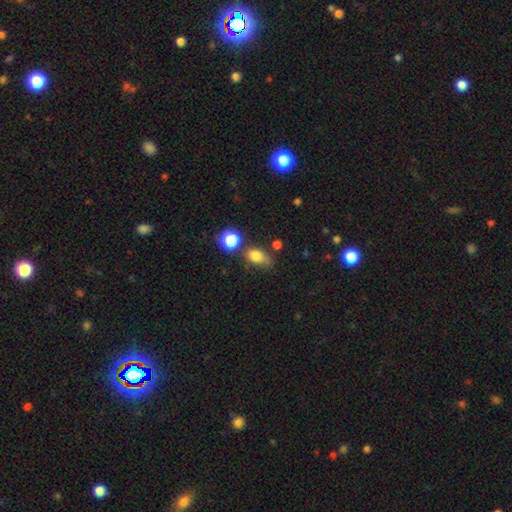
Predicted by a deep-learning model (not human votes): smooth-or-featured: smooth: 79% | star or artifact: 13% | featured or disk: 8%
  how-rounded: in between: 73% | round: 24% | cigar-shaped: 3%
  merging: none: 50% | minor disturbance: 27% | merger: 12% | major disturbance: 11%